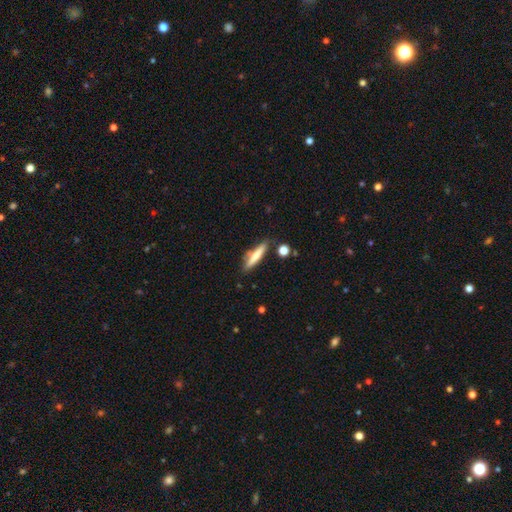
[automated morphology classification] The model was most divided on "smooth or featured": smooth: 66%, featured or disk: 27%, star or artifact: 7%. More confident: how rounded — cigar-shaped (86%); merging — none (77%).